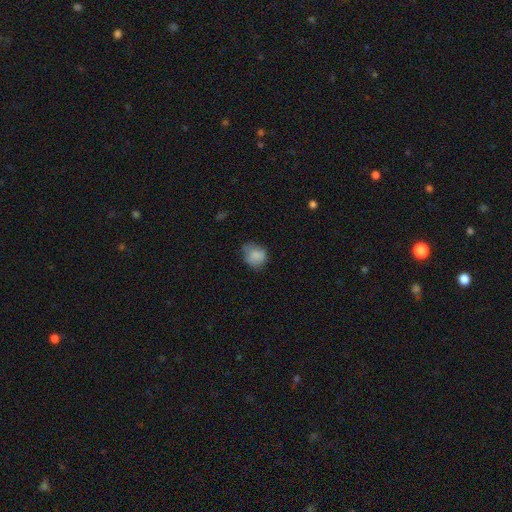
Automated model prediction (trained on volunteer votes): Q: Smooth or featured?
A: smooth (80%); runner-up: featured or disk (10%)
Q: How rounded?
A: round (63%); runner-up: in between (36%)
Q: Merging?
A: none (53%); runner-up: minor disturbance (34%)